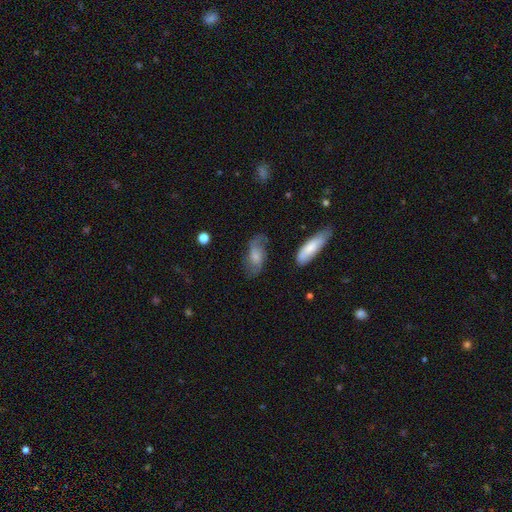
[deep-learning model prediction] The model was most divided on "smooth or featured": featured or disk: 48%, smooth: 44%, star or artifact: 8%. More confident: merging — none (61%).